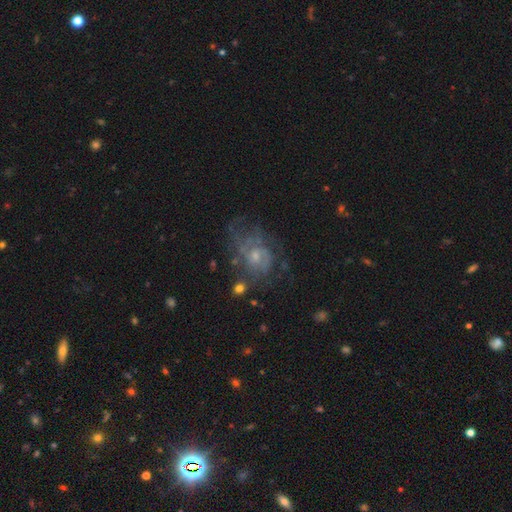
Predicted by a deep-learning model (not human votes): Q: Smooth or featured?
A: featured or disk (67%); runner-up: smooth (20%)
Q: Edge-on disk?
A: no (97%); runner-up: yes (3%)
Q: Bar?
A: no (75%); runner-up: weak (22%)
Q: Spiral arms?
A: yes (69%); runner-up: no (31%)
Q: Bulge size?
A: small (56%); runner-up: moderate (34%)
Q: Merging?
A: none (48%); runner-up: major disturbance (26%)